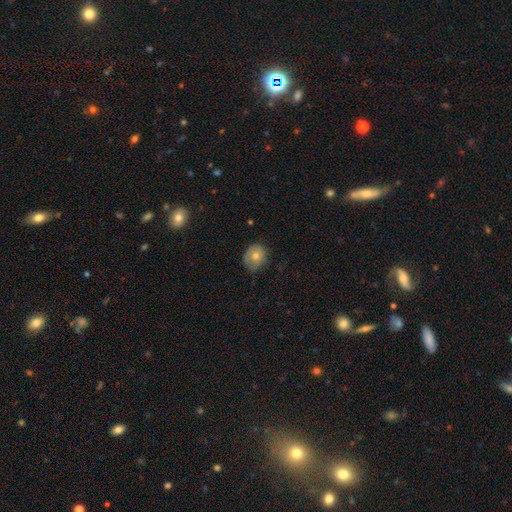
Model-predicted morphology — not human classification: type=smooth (68%); roundness=round (67%); merging=none (63%).